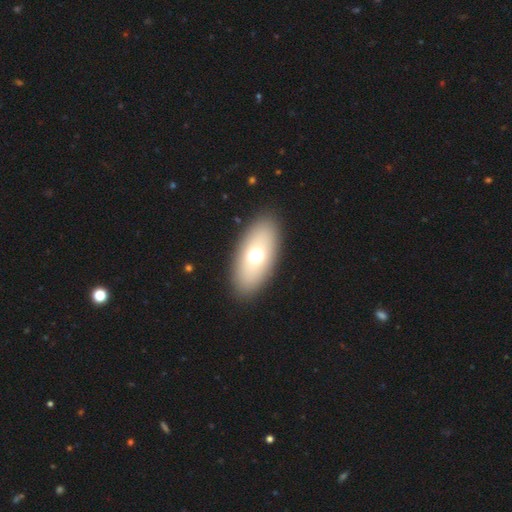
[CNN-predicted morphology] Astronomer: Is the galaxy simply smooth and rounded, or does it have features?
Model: smooth — 64%.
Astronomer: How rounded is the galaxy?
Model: in between — 85%.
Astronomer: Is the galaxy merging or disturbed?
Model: none — 88%.